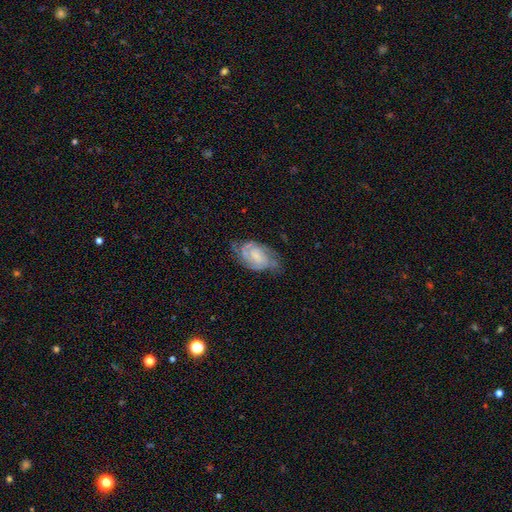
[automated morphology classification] type=featured or disk (73%); edge-on=no (96%); bar=no (56%); spiral arms=yes (91%); winding=tight (52%); arm count=2 (49%); bulge=small (55%); merging=none (60%).